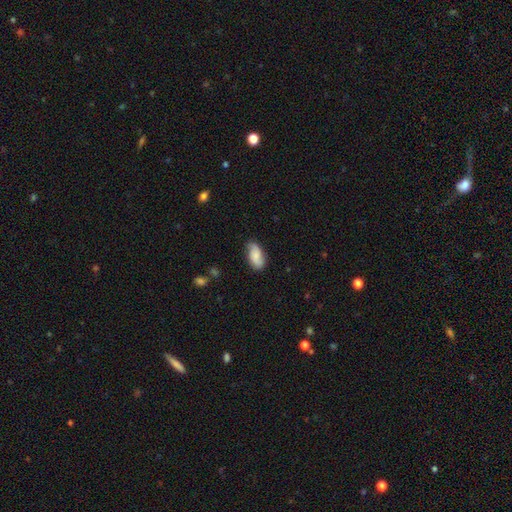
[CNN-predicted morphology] Smooth or featured: smooth — 57% (featured or disk — 35%)
How rounded: in between — 91% (cigar-shaped — 6%)
Merging: none — 73% (minor disturbance — 21%)